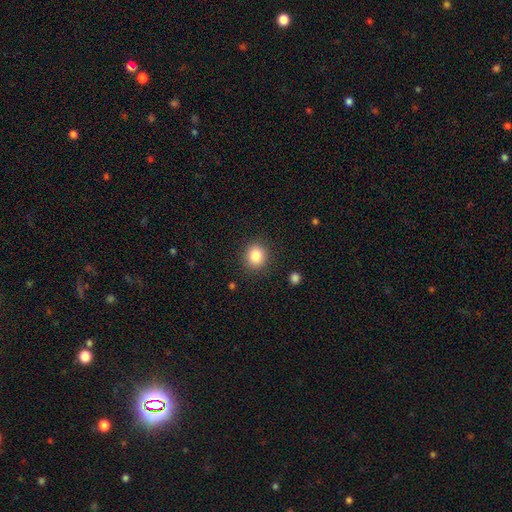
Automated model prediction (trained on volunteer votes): Smooth or featured? smooth (85%)
How rounded? round (80%)
Merging? none (88%)